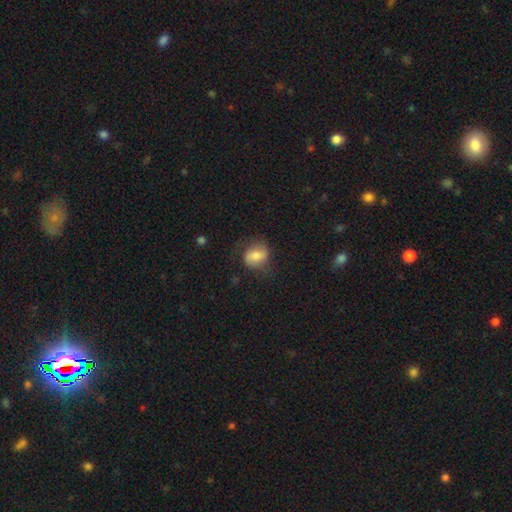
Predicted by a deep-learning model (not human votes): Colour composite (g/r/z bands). It shows a smooth galaxy with no disk features (63%) that is in between round and cigar-shaped (59%). Merging: none (63%).